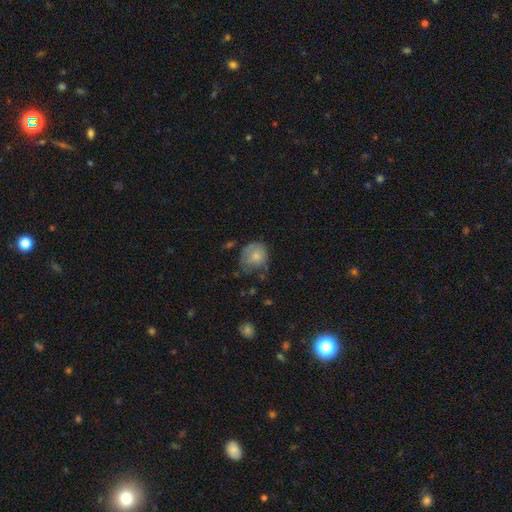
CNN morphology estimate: This is likely a smooth galaxy (74%). How rounded: likely round (68%). Merging: marginally none (43%).